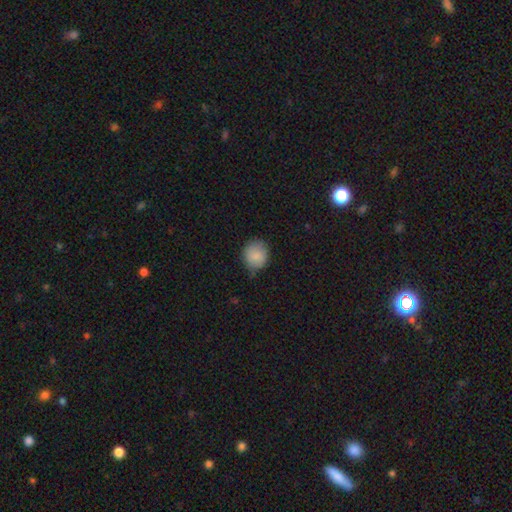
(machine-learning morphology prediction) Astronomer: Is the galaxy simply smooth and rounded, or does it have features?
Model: smooth — 87%.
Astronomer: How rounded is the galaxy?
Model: round — 80%.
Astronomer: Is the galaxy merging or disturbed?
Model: none — 74%.